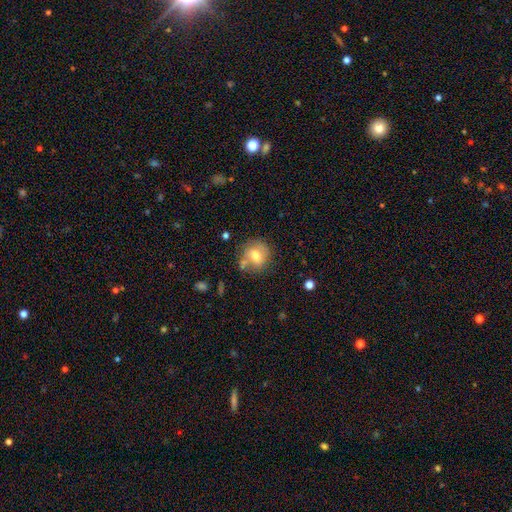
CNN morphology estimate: Smooth or featured?
  - smooth: 67% *
  - featured or disk: 22%
  - star or artifact: 10%
How rounded?
  - round: 81% *
  - in between: 18%
  - cigar-shaped: 1%
Merging?
  - none: 65% *
  - minor disturbance: 19%
  - merger: 10%
  - major disturbance: 6%